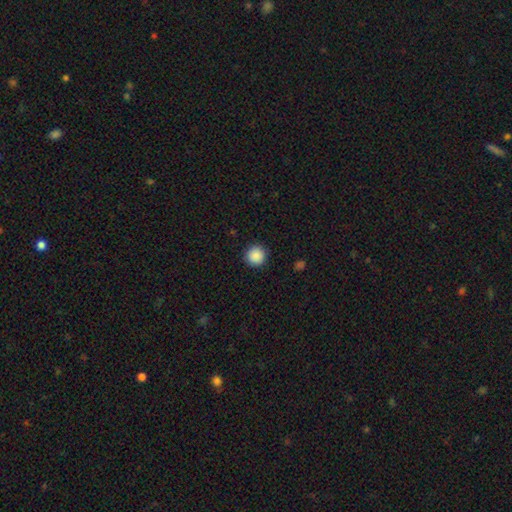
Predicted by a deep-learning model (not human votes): A smooth galaxy with no disk features (89%) that is round (95%).

Vote fractions:
- Smooth or featured? smooth: 89% / star or artifact: 9% / featured or disk: 3%
- How rounded? round: 95% / in between: 4% / cigar-shaped: 1%
- Merging? none: 92% / minor disturbance: 5% / major disturbance: 2% / merger: 1%